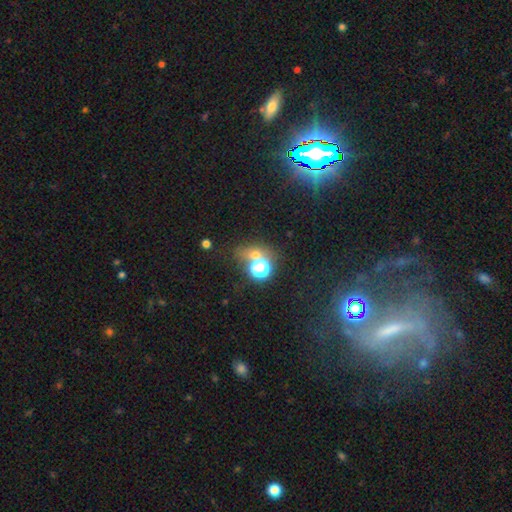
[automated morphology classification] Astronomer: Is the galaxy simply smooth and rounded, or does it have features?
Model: smooth — 47% (runner-up: star or artifact, 42%).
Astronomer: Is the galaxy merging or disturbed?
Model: none — 58%.